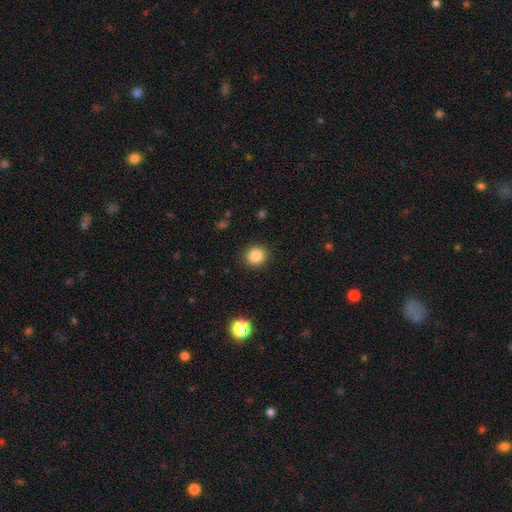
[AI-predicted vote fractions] Smooth or featured? smooth (85%)
How rounded? round (92%)
Merging? none (91%)